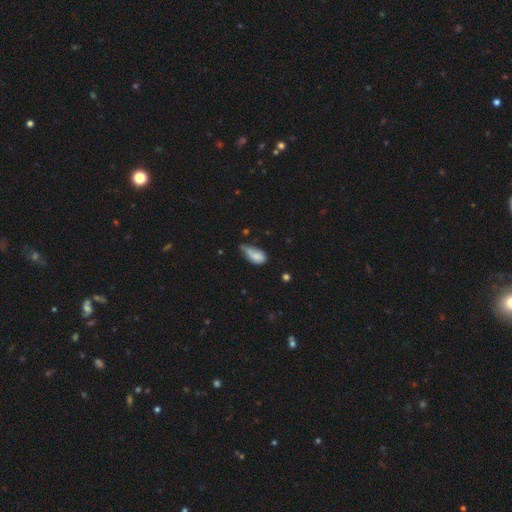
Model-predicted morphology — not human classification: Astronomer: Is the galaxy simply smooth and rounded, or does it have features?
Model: smooth — 72%.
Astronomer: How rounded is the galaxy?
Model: in between — 89%.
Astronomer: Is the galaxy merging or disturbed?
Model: minor disturbance — 43% (runner-up: none, 25%).